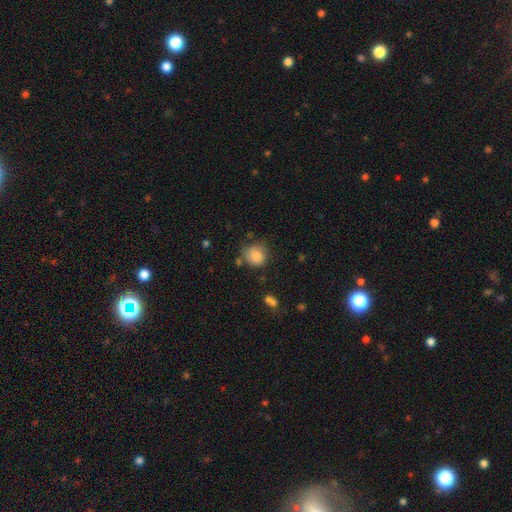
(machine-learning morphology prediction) type=smooth (83%); roundness=round (82%); merging=none (62%).